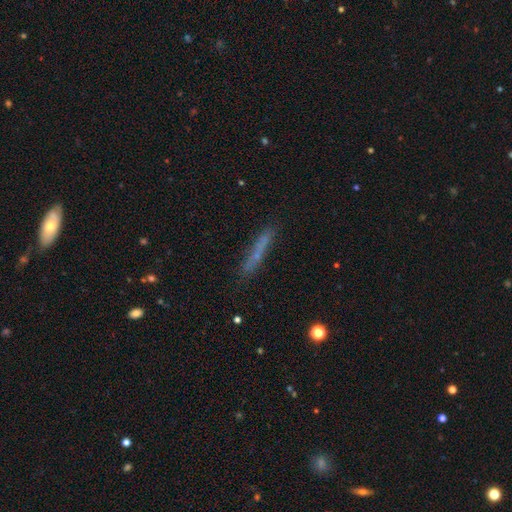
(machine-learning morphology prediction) type=smooth (58%); roundness=cigar-shaped (94%); merging=none (80%).